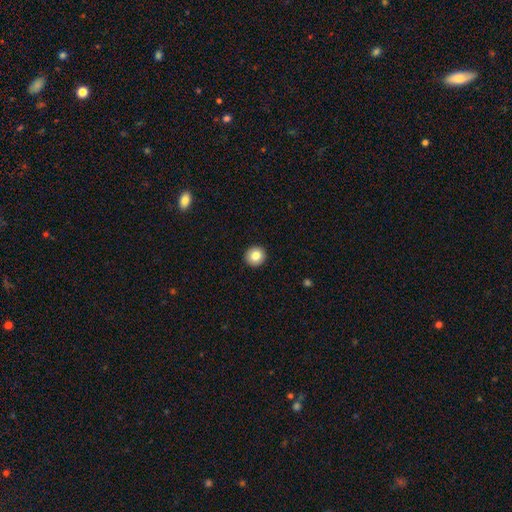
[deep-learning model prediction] Smooth or featured?
  - smooth: 83% *
  - star or artifact: 9%
  - featured or disk: 8%
How rounded?
  - round: 93% *
  - in between: 6%
  - cigar-shaped: 1%
Merging?
  - none: 93% *
  - minor disturbance: 4%
  - major disturbance: 1%
  - merger: 1%